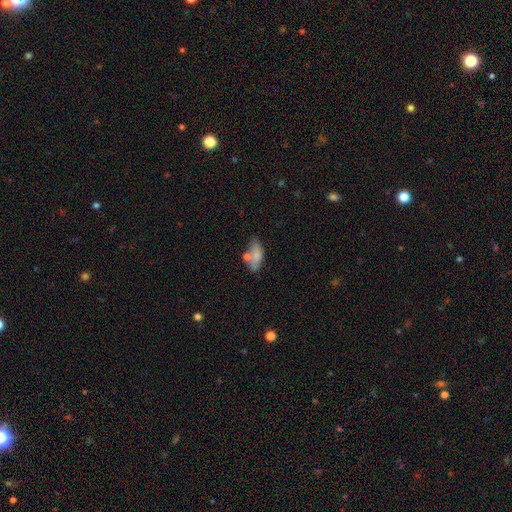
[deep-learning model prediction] Smooth or featured: smooth — 74% (featured or disk — 18%)
How rounded: in between — 84% (cigar-shaped — 13%)
Merging: none — 52% (minor disturbance — 22%)